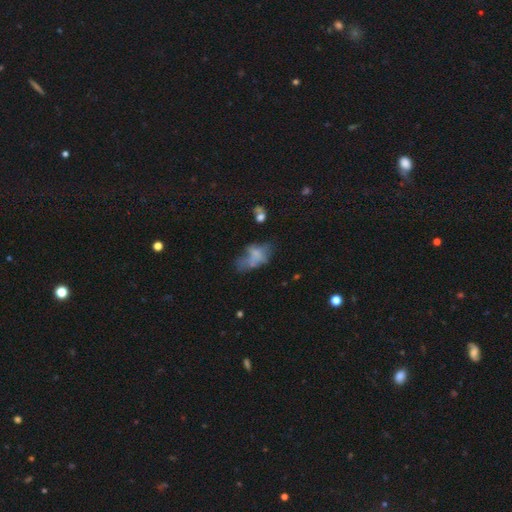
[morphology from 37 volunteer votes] Smooth or featured? 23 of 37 (62%) said smooth. How rounded? 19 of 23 (83%) said in between. Merging? 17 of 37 (46%) said none.